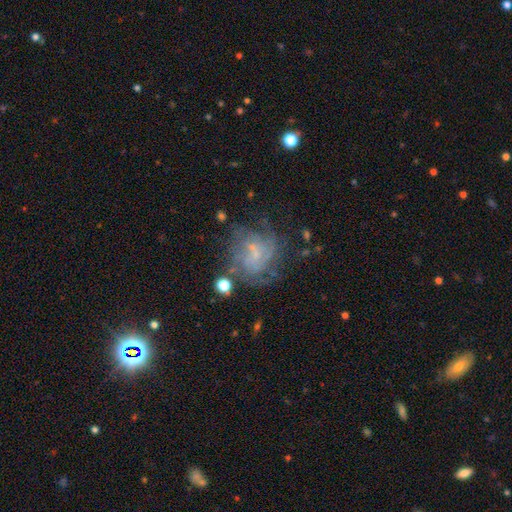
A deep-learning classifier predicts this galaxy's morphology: This appears to be a featured or disk galaxy (67%) with no bar (61%), tight (50%) spiral arms (78%) and a small central bulge (59%). Merging: none (58%).